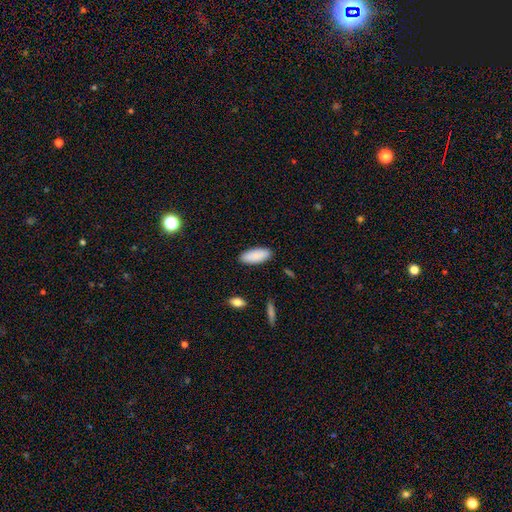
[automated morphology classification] Smooth or featured? Predicted: smooth (p=0.90). How rounded? Predicted: in between (p=0.86). Merging? Predicted: none (p=0.88).